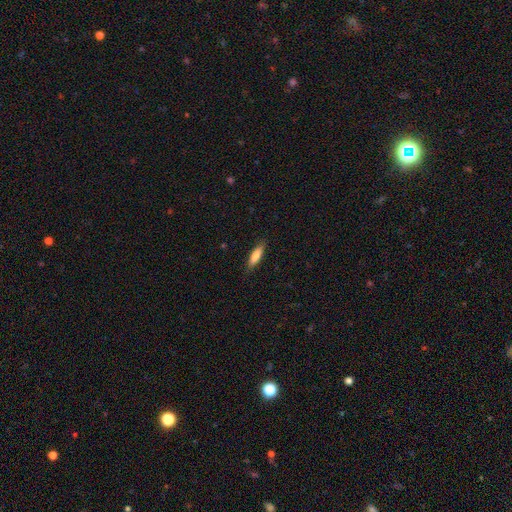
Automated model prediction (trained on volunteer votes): smooth_or_featured: smooth (p=0.79) [alt: featured or disk p=0.15]
how_rounded: cigar-shaped (p=0.62) [alt: in between p=0.36]
merging: none (p=0.85) [alt: minor disturbance p=0.12]